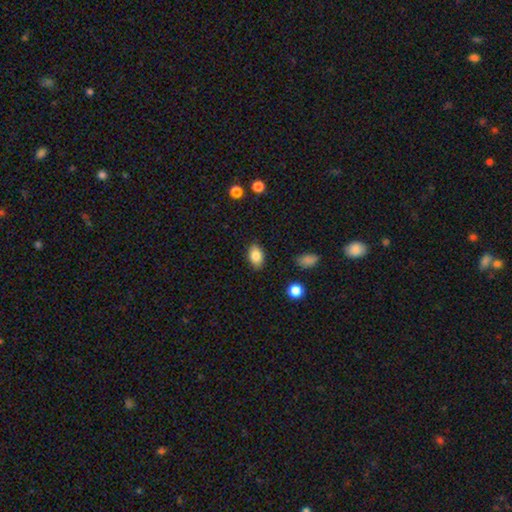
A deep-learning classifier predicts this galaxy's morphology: type=smooth (84%); roundness=in between (87%); merging=none (86%).